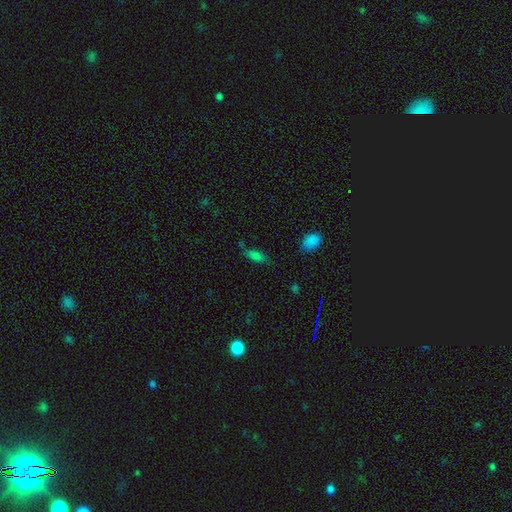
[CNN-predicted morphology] Smooth or featured? smooth (76%)
How rounded? in between (72%)
Merging? none (68%)